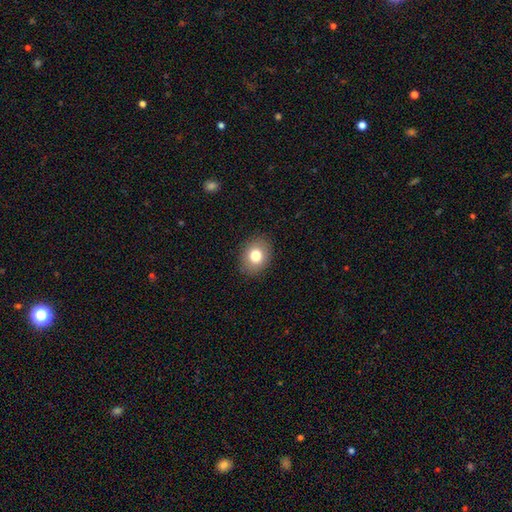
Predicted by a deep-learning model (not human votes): Smooth or featured: smooth — 79% (featured or disk — 11%)
How rounded: in between — 53% (round — 47%)
Merging: none — 89% (minor disturbance — 8%)